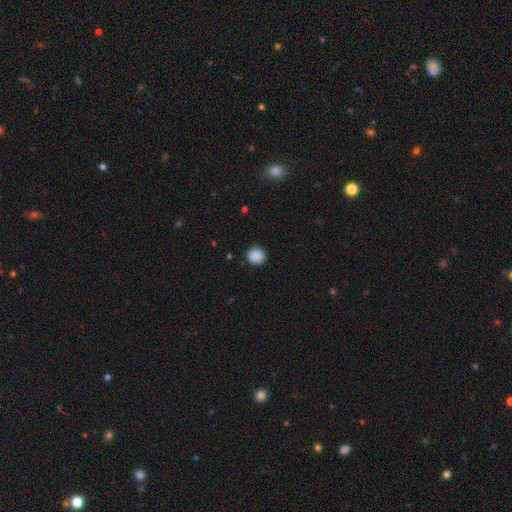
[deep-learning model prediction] The model was most divided on "how rounded": round: 80%, in between: 19%, cigar-shaped: 1%. More confident: smooth or featured — smooth (88%); merging — none (85%).